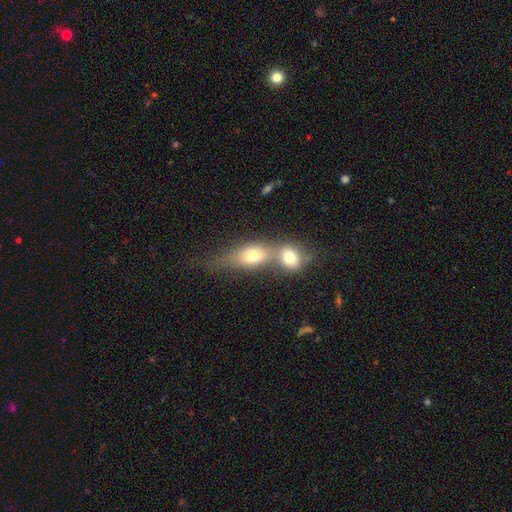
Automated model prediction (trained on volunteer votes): Smooth or featured? Predicted: smooth (p=0.47). Merging? Predicted: merger (p=0.61).